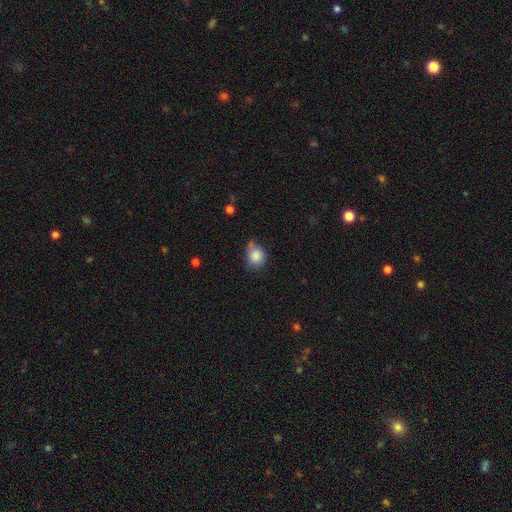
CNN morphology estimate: Smooth or featured? Predicted: smooth (p=0.85). How rounded? Predicted: round (p=0.72). Merging? Predicted: none (p=0.57).